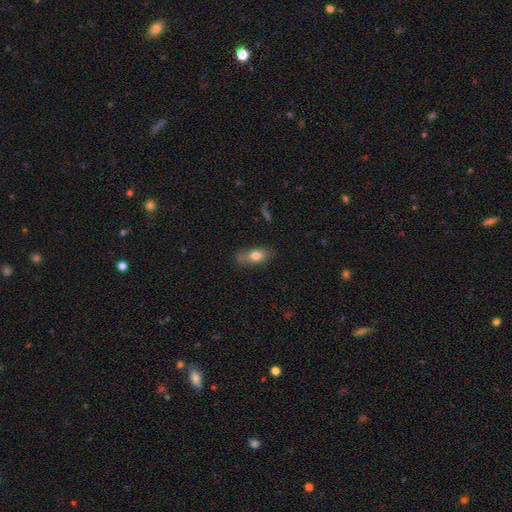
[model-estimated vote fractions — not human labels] This is likely a smooth galaxy (76%). How rounded: likely in between (80%). Merging: likely none (67%).